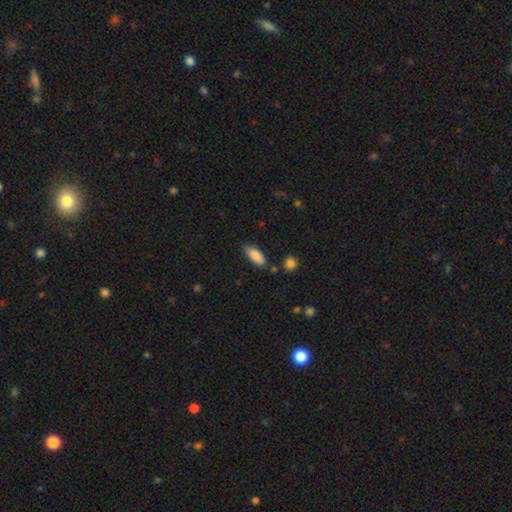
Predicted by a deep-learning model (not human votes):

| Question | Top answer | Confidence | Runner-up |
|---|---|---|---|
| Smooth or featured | smooth | 86% | featured or disk (7%) |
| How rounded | in between | 80% | cigar-shaped (18%) |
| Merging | none | 76% | minor disturbance (17%) |